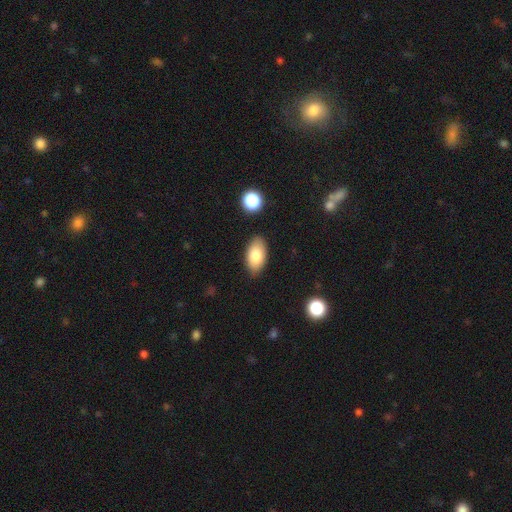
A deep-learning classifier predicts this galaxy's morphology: This is clearly a smooth galaxy (82%). How rounded: clearly in between (94%). Merging: clearly none (84%).